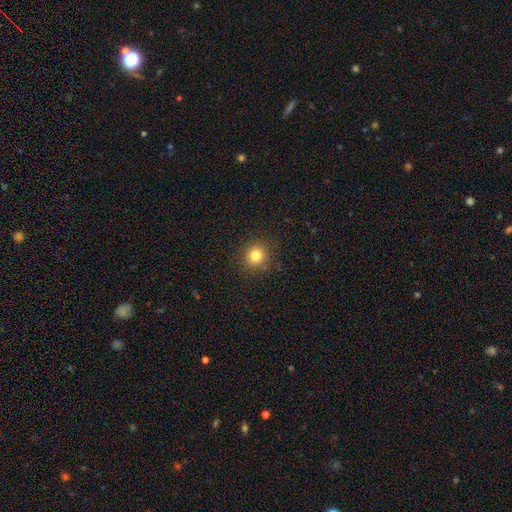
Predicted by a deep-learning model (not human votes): A smooth galaxy with no disk features (81%) that is round (93%).

Vote fractions:
- Smooth or featured? smooth: 81% / star or artifact: 13% / featured or disk: 6%
- How rounded? round: 93% / in between: 6% / cigar-shaped: 1%
- Merging? none: 90% / minor disturbance: 7% / major disturbance: 2% / merger: 1%